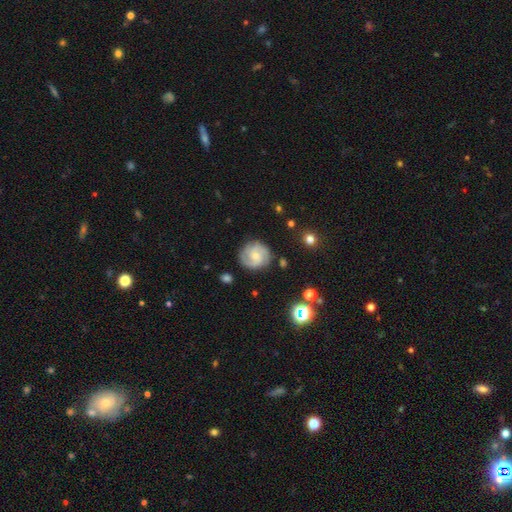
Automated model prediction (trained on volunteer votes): Smooth or featured: featured or disk — 77% (smooth — 16%)
Edge-on disk: no — 98% (yes — 2%)
Bar: no — 59% (weak — 36%)
Spiral arms: yes — 96% (no — 4%)
Spiral winding: tight — 52% (medium — 39%)
Spiral arm count: 2 — 56% (3 — 22%)
Bulge size: small — 60% (moderate — 33%)
Merging: none — 82% (minor disturbance — 13%)